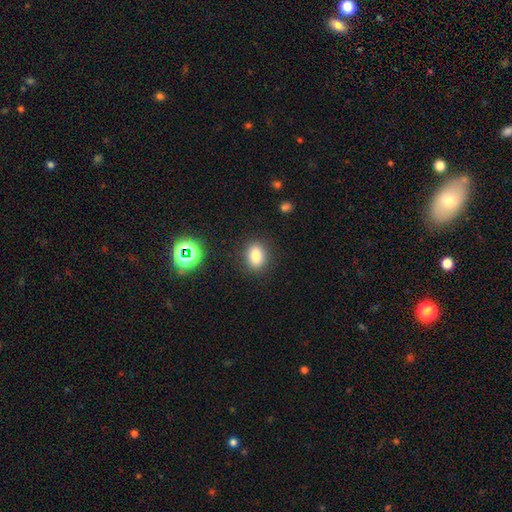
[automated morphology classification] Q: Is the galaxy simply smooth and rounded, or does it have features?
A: smooth — 79%.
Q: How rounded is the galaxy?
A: in between — 63%.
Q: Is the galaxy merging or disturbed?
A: none — 87%.